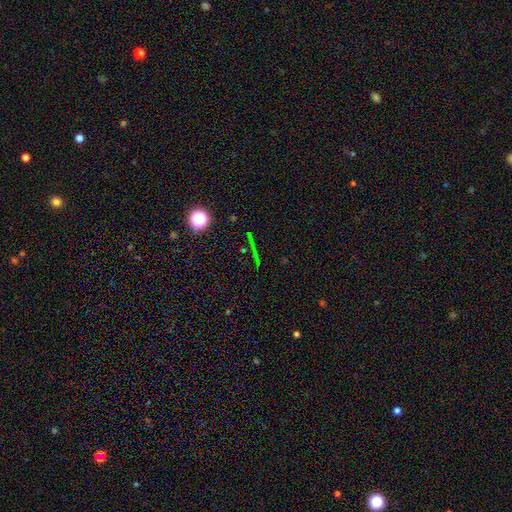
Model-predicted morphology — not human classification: Smooth or featured? star or artifact (71%)